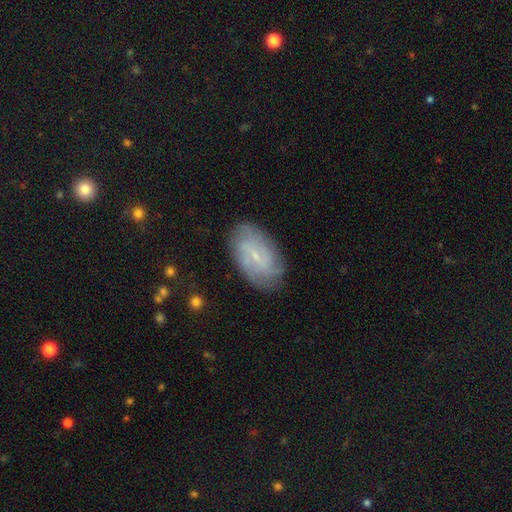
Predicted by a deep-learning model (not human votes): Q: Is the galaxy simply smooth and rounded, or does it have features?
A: featured or disk — 71%.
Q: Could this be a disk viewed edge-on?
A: no — 95%.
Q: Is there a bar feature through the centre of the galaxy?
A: weak — 51%.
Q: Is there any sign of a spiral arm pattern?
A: yes — 90%.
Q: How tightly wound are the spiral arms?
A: tight — 51%.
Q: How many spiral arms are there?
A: can't tell — 42%.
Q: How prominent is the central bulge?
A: small — 79%.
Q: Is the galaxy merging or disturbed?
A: none — 78%.